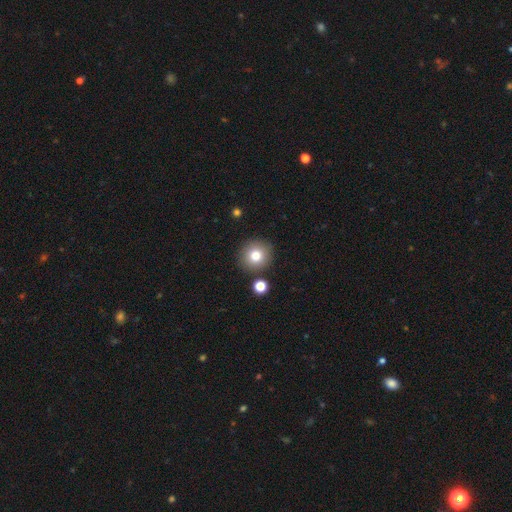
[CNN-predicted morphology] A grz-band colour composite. It shows a smooth galaxy with no disk features (79%) that is round (92%). Merging: none (86%).